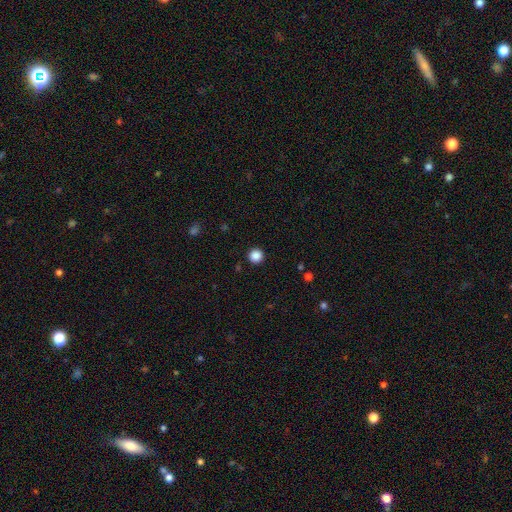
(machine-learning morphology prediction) The model was most divided on "smooth or featured": smooth: 87%, star or artifact: 11%, featured or disk: 3%. More confident: how rounded — round (96%); merging — none (93%).